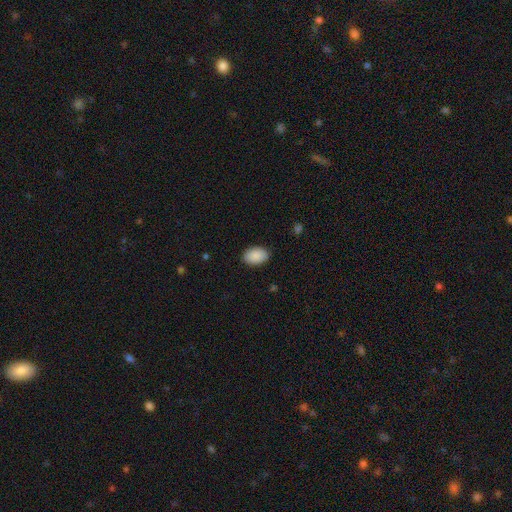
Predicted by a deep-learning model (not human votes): smooth_or_featured: smooth (p=0.90) [alt: star or artifact p=0.07]
how_rounded: in between (p=0.89) [alt: round p=0.10]
merging: none (p=0.88) [alt: minor disturbance p=0.09]